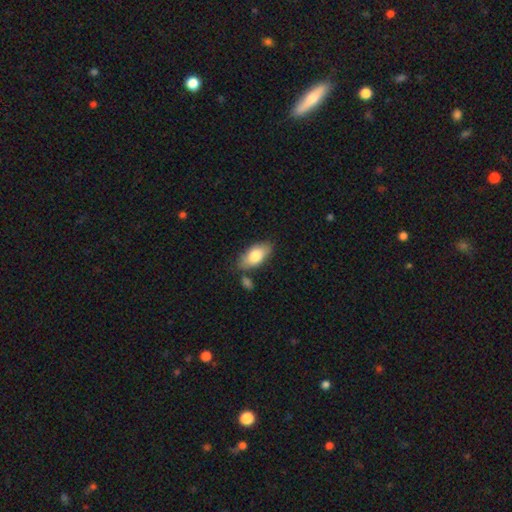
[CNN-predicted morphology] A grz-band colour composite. It shows a smooth galaxy with no disk features (78%) that is in between round and cigar-shaped (90%). Merging: none (76%).